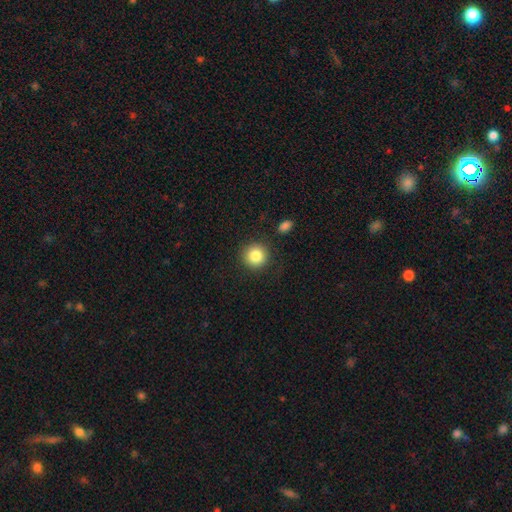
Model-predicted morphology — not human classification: Smooth or featured?
  - smooth: 85% *
  - star or artifact: 9%
  - featured or disk: 6%
How rounded?
  - round: 94% *
  - in between: 5%
  - cigar-shaped: 1%
Merging?
  - none: 87% *
  - minor disturbance: 8%
  - major disturbance: 3%
  - merger: 3%